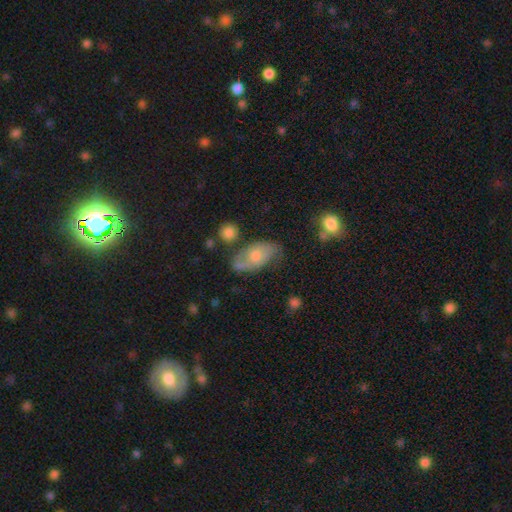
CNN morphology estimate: smooth_or_featured: featured or disk (p=0.47) [alt: smooth p=0.43]
merging: none (p=0.59) [alt: minor disturbance p=0.25]